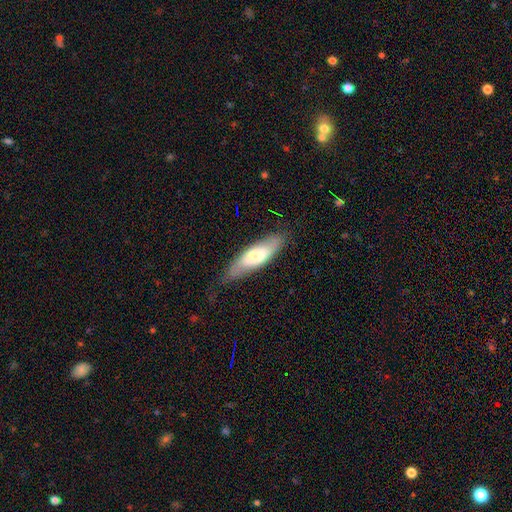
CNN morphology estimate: type=smooth (62%); roundness=in between (50%); merging=none (71%).